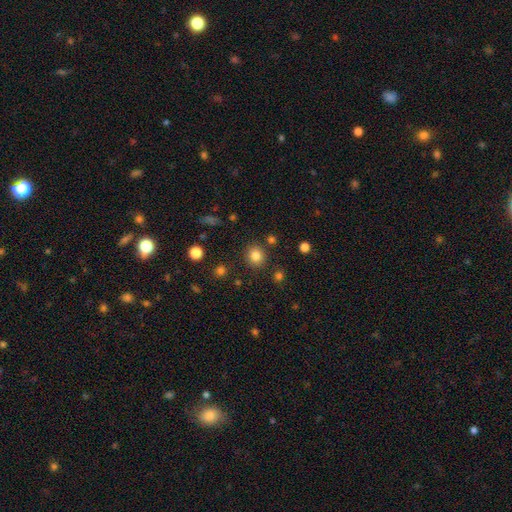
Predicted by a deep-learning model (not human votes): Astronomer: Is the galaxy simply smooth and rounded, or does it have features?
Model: smooth — 82%.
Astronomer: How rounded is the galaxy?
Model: round — 87%.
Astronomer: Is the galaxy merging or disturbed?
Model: none — 87%.